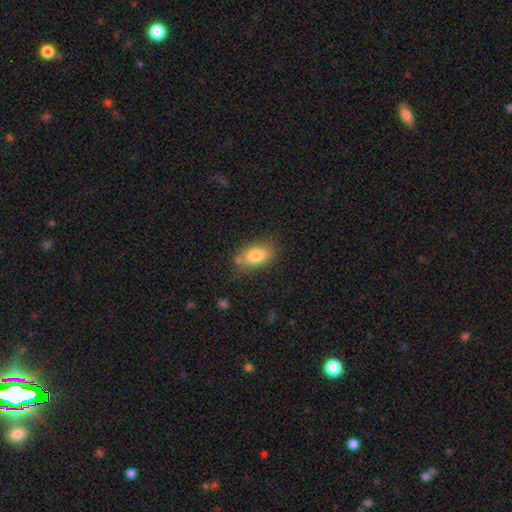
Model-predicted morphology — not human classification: smooth 81%, featured or disk 11%, star or artifact 8%. Down the decision tree: how rounded — in between (86%); merging — none (67%).